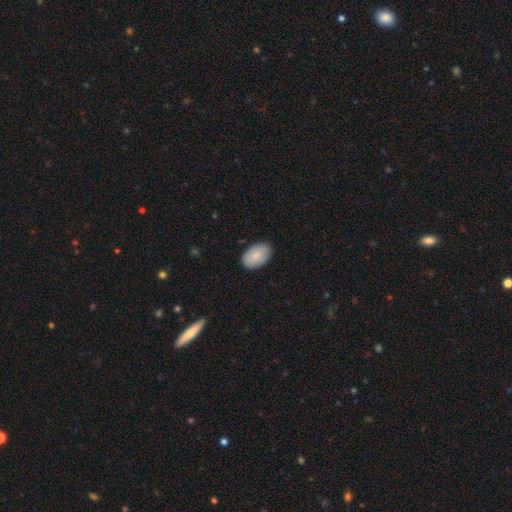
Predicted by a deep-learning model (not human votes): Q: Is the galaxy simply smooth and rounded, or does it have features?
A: smooth — 87%.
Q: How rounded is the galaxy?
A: in between — 92%.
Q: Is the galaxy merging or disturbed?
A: none — 85%.